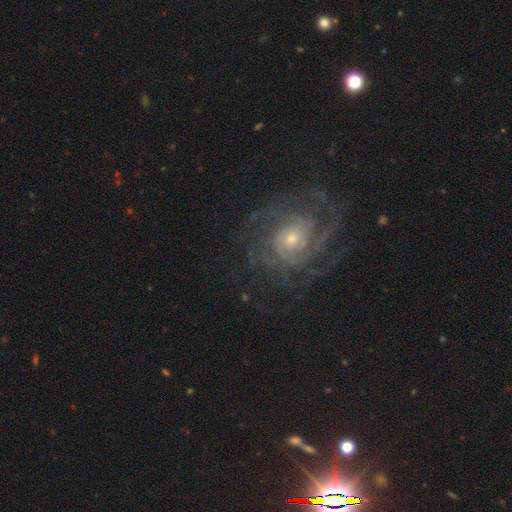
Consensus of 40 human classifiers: This appears to be a featured or disk galaxy (82%) with no bar (88%), tight (69%) spiral arms (100%) and a small central bulge (69%). Merging: none (77%).